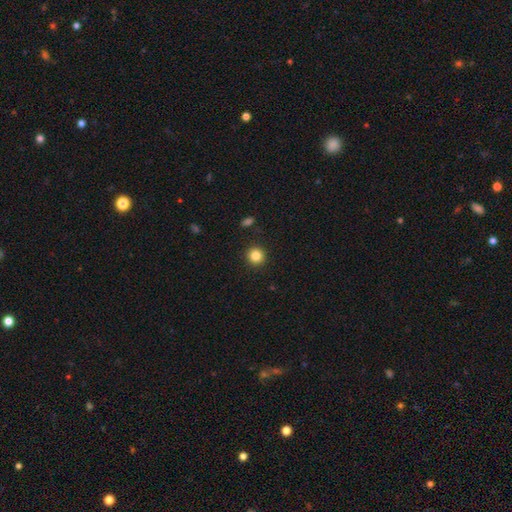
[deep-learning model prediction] Morphology: type=smooth (84%); roundness=round (94%); merging=none (92%).